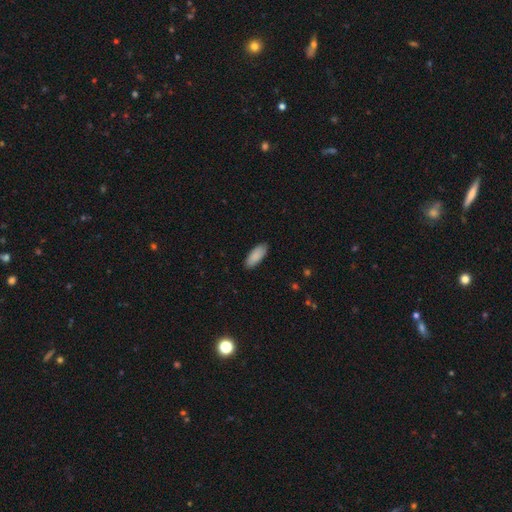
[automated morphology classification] Smooth or featured: smooth — 90% (star or artifact — 6%)
How rounded: in between — 80% (cigar-shaped — 18%)
Merging: none — 88% (minor disturbance — 10%)